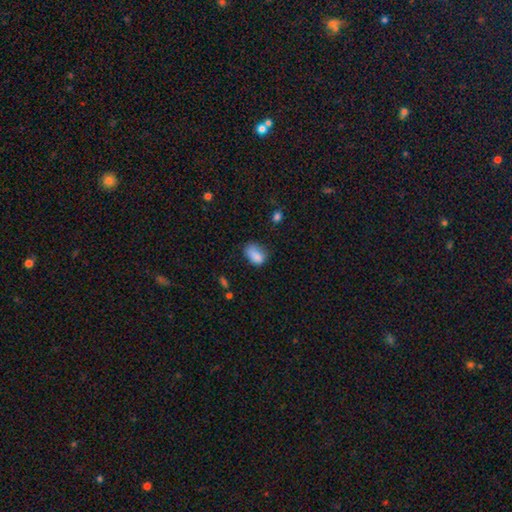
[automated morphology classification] Smooth or featured: smooth — 82% (star or artifact — 10%)
How rounded: in between — 85% (round — 13%)
Merging: none — 44% (minor disturbance — 35%)